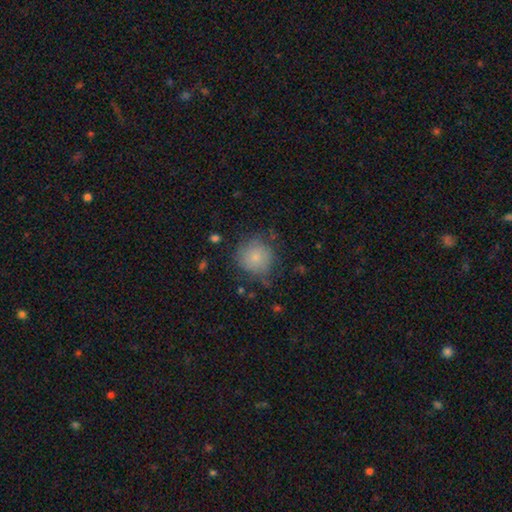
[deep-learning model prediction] smooth-or-featured: smooth: 78% | featured or disk: 13% | star or artifact: 9%
  how-rounded: round: 90% | in between: 9% | cigar-shaped: 1%
  merging: none: 68% | minor disturbance: 23% | major disturbance: 8% | merger: 2%